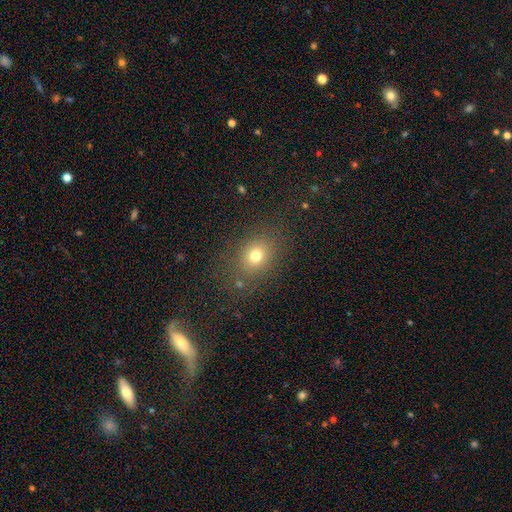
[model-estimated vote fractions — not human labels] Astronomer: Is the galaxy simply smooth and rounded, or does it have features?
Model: smooth — 73%.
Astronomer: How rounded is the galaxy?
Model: round — 52% (runner-up: in between, 46%).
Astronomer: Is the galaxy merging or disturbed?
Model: none — 78%.